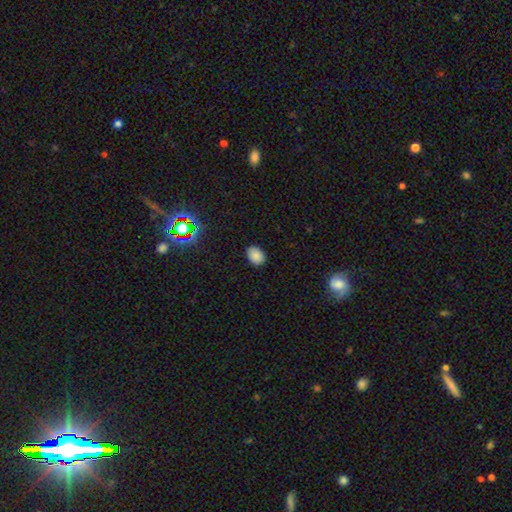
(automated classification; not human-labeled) Smooth or featured? Predicted: smooth (p=0.84). How rounded? Predicted: in between (p=0.75). Merging? Predicted: none (p=0.86).